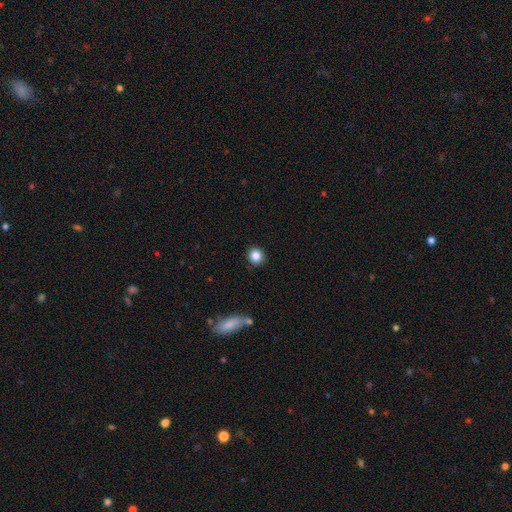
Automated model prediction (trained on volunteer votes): The model was most divided on "smooth or featured": smooth: 85%, star or artifact: 10%, featured or disk: 5%. More confident: merging — none (90%); how rounded — round (88%).